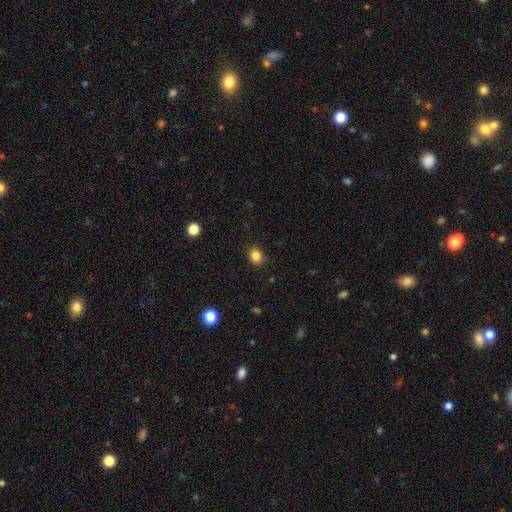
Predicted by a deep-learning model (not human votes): This is clearly a smooth galaxy (85%). How rounded: likely round (66%). Merging: clearly none (88%).